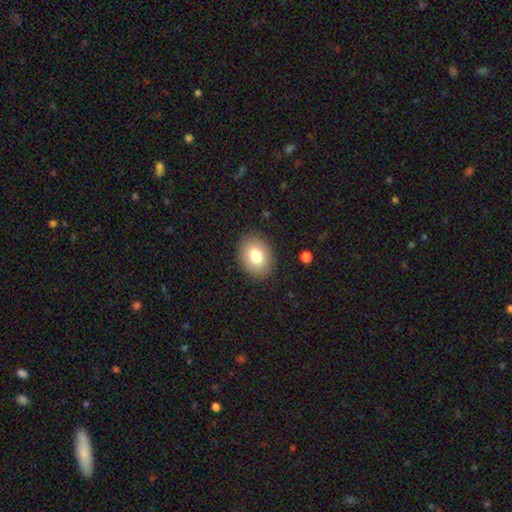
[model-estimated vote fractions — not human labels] This appears to be a smooth galaxy with no disk features (79%) that is in between round and cigar-shaped (66%). Merging: none (88%).